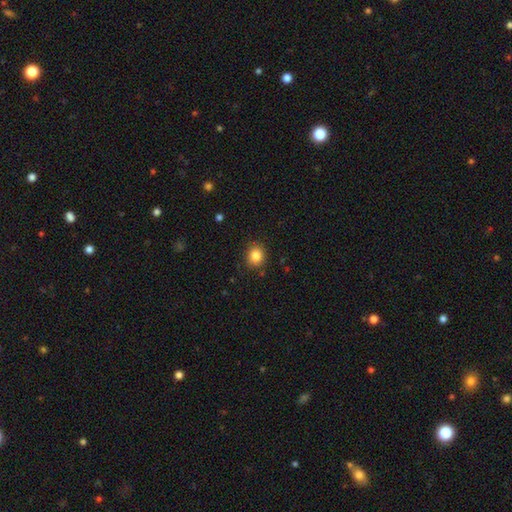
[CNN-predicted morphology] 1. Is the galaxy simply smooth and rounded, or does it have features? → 84% smooth, 11% star or artifact, 5% featured or disk.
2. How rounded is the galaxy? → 78% round, 21% in between, 1% cigar-shaped.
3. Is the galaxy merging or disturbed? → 87% none, 10% minor disturbance, 2% major disturbance, 1% merger.